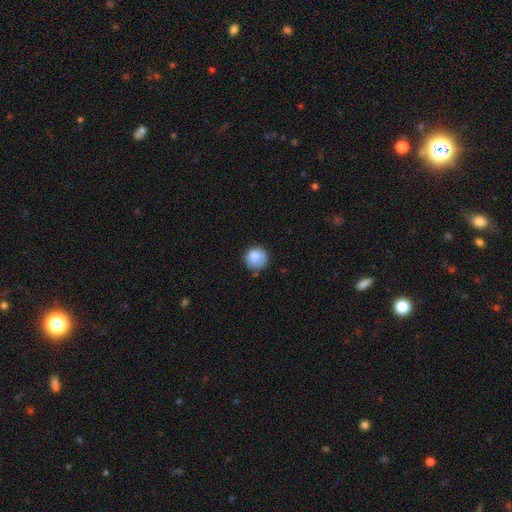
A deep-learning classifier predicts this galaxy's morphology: smooth_or_featured: smooth (p=0.85) [alt: star or artifact p=0.08]
how_rounded: round (p=0.93) [alt: in between p=0.06]
merging: none (p=0.73) [alt: minor disturbance p=0.20]